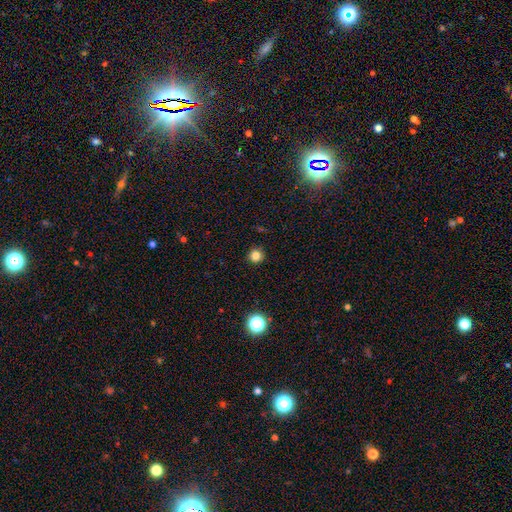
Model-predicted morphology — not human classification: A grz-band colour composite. It shows a smooth galaxy with no disk features (81%) that is round (95%). Merging: none (92%).